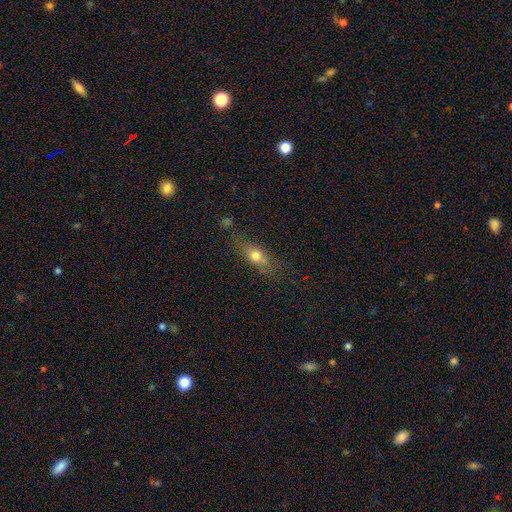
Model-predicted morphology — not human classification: Smooth or featured?
  - smooth: 63% *
  - featured or disk: 26%
  - star or artifact: 11%
How rounded?
  - in between: 59% *
  - cigar-shaped: 30%
  - round: 11%
Merging?
  - none: 62% *
  - minor disturbance: 23%
  - major disturbance: 11%
  - merger: 4%